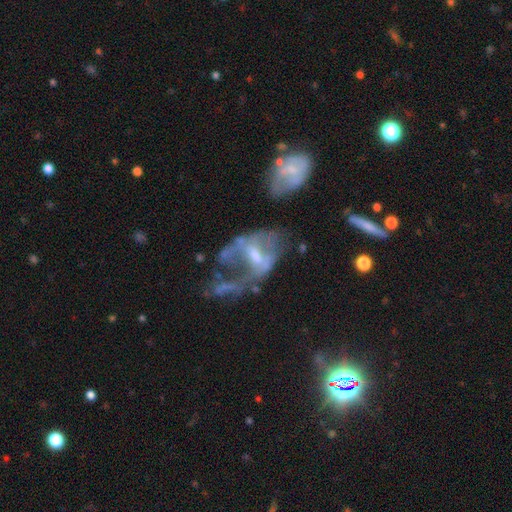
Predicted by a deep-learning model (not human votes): This is likely a featured or disk galaxy (70%). It is clearly not viewed edge-on (95%). Bar: possibly no (47%). Spiral arm pattern: likely no (60%). Central bulge: marginally moderate (43%). Merging: marginally major disturbance (44%).